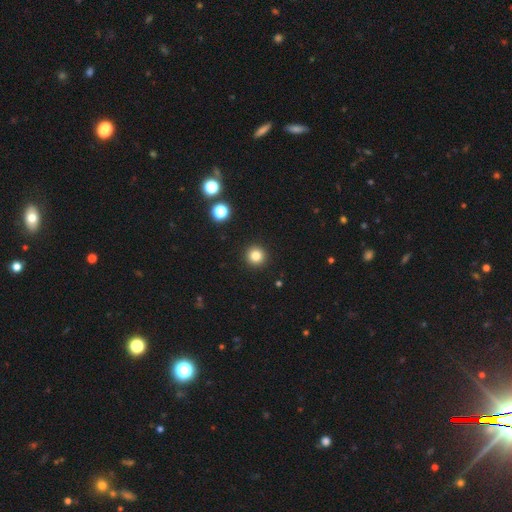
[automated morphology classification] A smooth galaxy with no disk features (82%) that is round (96%). Merging: none (93%).